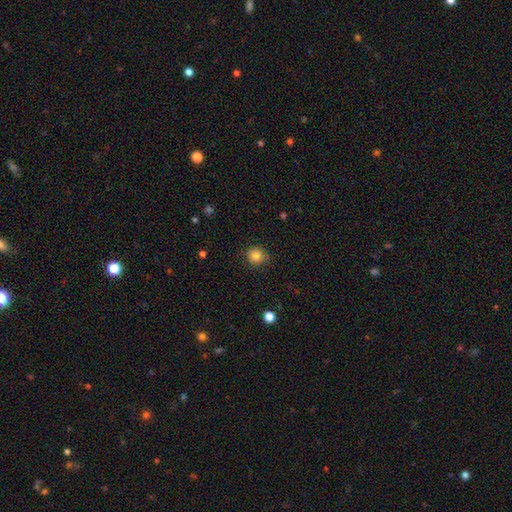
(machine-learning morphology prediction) A smooth galaxy with no disk features (83%) that is round (90%).

Vote fractions:
- Smooth or featured? smooth: 83% / star or artifact: 11% / featured or disk: 6%
- How rounded? round: 90% / in between: 9% / cigar-shaped: 1%
- Merging? none: 86% / minor disturbance: 11% / major disturbance: 3% / merger: 1%